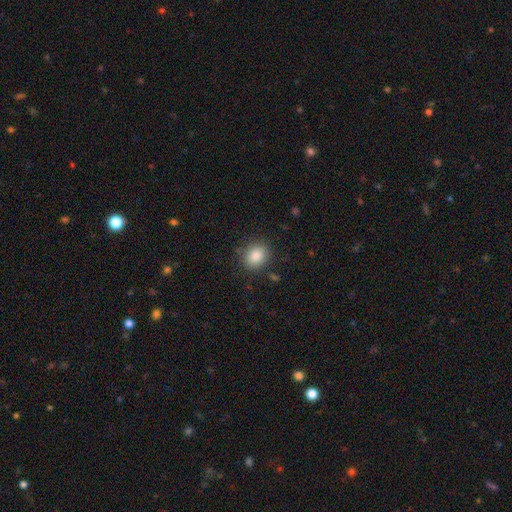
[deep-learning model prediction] A smooth galaxy with no disk features (86%) that is round (59%). Merging: none (85%).